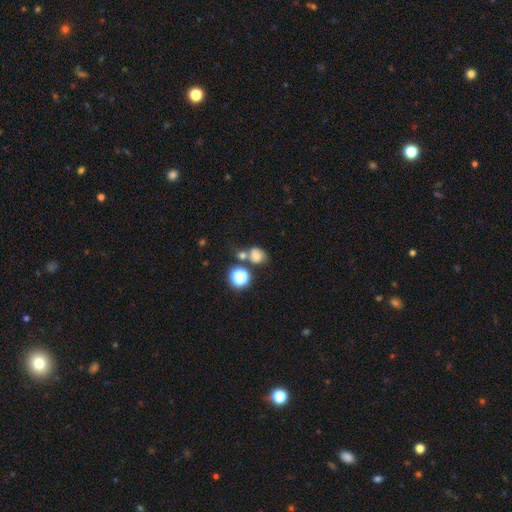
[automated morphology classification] Smooth or featured: smooth — 69% (star or artifact — 18%)
How rounded: round — 59% (in between — 40%)
Merging: none — 44% (merger — 31%)